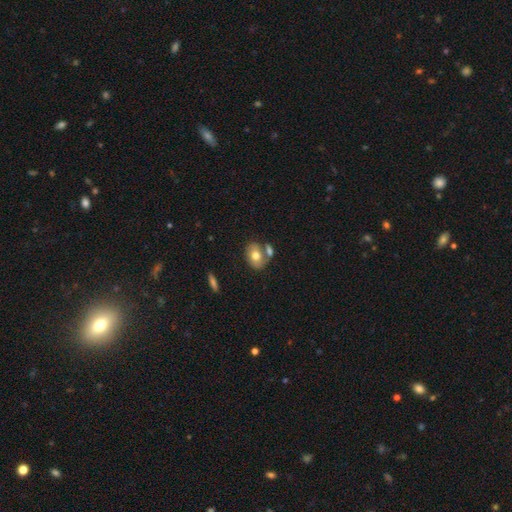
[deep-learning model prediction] smooth-or-featured: smooth: 69% | featured or disk: 24% | star or artifact: 8%
  how-rounded: in between: 70% | round: 29% | cigar-shaped: 2%
  merging: none: 52% | merger: 30% | minor disturbance: 13% | major disturbance: 4%